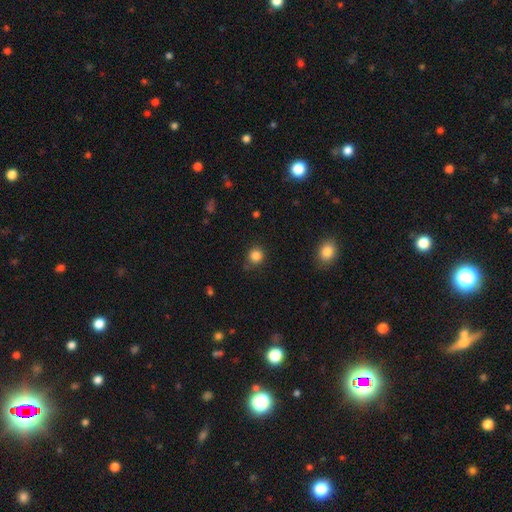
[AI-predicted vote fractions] smooth_or_featured: smooth (p=0.84) [alt: star or artifact p=0.12]
how_rounded: round (p=0.90) [alt: in between p=0.09]
merging: none (p=0.83) [alt: minor disturbance p=0.12]